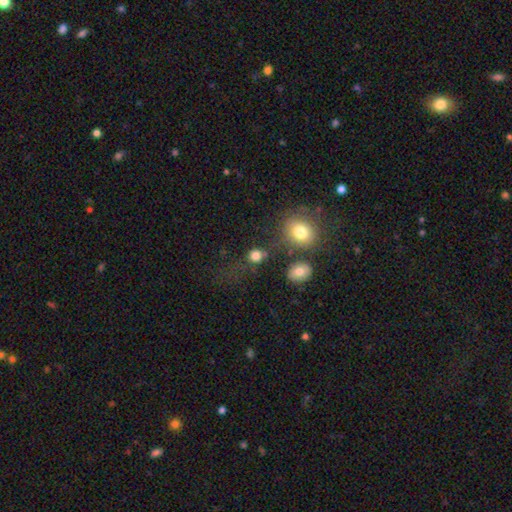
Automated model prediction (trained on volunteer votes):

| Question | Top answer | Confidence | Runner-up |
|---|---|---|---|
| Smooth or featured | smooth | 80% | star or artifact (13%) |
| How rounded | round | 78% | in between (21%) |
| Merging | none | 60% | minor disturbance (15%) |